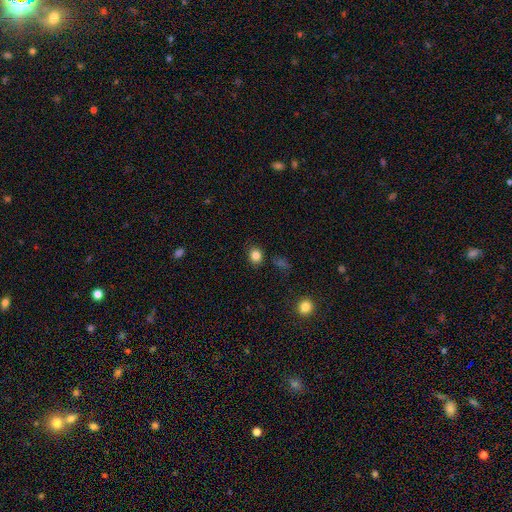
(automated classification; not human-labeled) This appears to be a smooth galaxy with no disk features (83%) that is round (73%). Merging: none (85%).